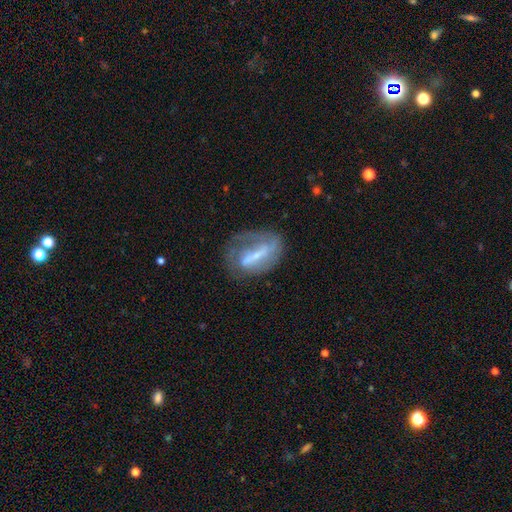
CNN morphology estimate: smooth_or_featured: featured or disk (p=0.70) [alt: smooth p=0.22]
disk_edge_on: no (p=0.91) [alt: yes p=0.09]
bar: strong (p=0.56) [alt: weak p=0.31]
has_spiral_arms: yes (p=0.69) [alt: no p=0.31]
bulge_size: small (p=0.59) [alt: moderate p=0.26]
merging: none (p=0.51) [alt: minor disturbance p=0.23]